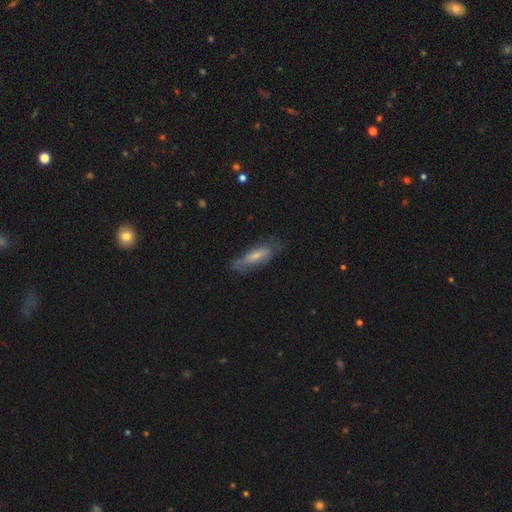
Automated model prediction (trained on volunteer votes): smooth-or-featured: smooth: 53% | featured or disk: 40% | star or artifact: 7%
  how-rounded: cigar-shaped: 53% | in between: 45% | round: 2%
  merging: none: 64% | minor disturbance: 25% | major disturbance: 9% | merger: 2%